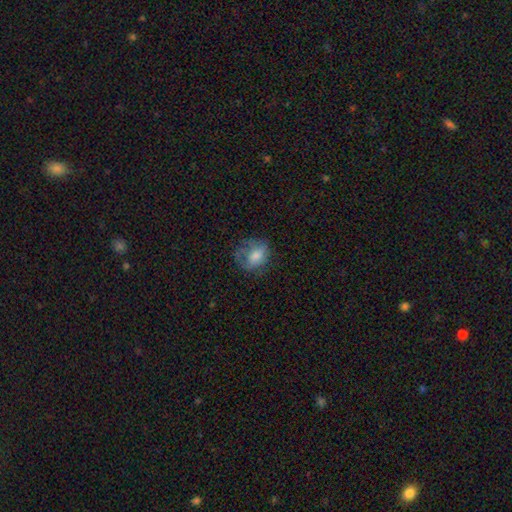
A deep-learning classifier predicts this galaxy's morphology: Q: Smooth or featured?
A: smooth (63%); runner-up: featured or disk (27%)
Q: How rounded?
A: in between (56%); runner-up: round (42%)
Q: Merging?
A: none (51%); runner-up: minor disturbance (26%)